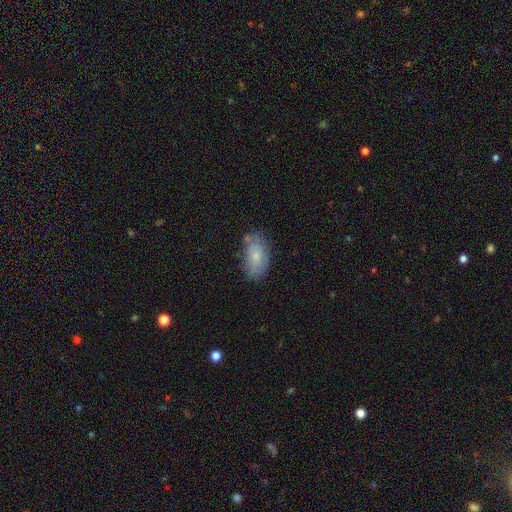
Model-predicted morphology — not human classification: The model was most divided on "merging": none: 68%, minor disturbance: 22%, merger: 5%, major disturbance: 5%. More confident: how rounded — in between (92%); smooth or featured — smooth (77%).